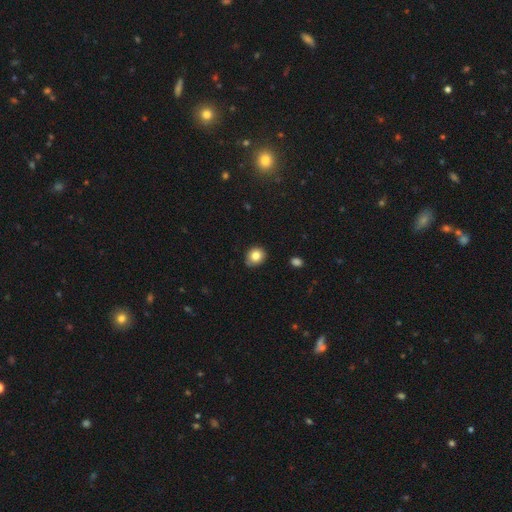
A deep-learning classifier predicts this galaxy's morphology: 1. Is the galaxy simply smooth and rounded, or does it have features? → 82% smooth, 10% star or artifact, 8% featured or disk.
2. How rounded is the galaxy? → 75% round, 24% in between, 1% cigar-shaped.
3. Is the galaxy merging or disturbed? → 81% none, 15% minor disturbance, 2% major disturbance, 2% merger.